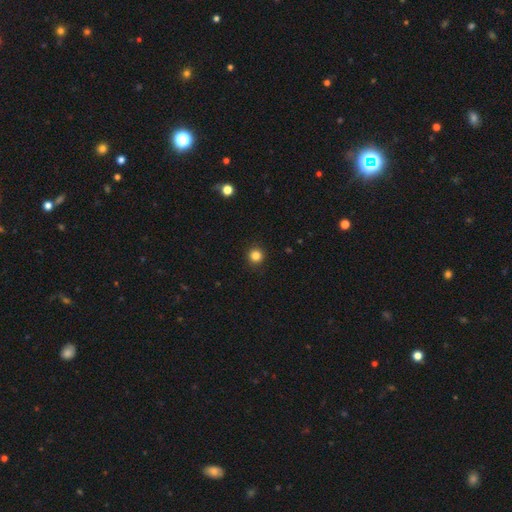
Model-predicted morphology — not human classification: Q: Smooth or featured?
A: smooth (84%); runner-up: star or artifact (12%)
Q: How rounded?
A: round (95%); runner-up: in between (4%)
Q: Merging?
A: none (92%); runner-up: minor disturbance (5%)